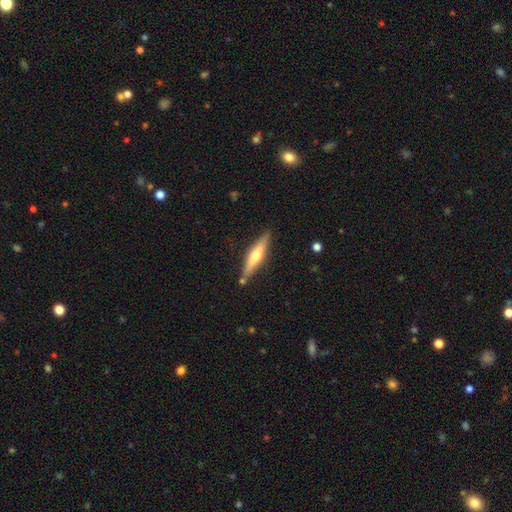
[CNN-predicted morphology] The model was most divided on "smooth or featured": featured or disk: 56%, smooth: 39%, star or artifact: 6%. More confident: edge-on disk — yes (94%); edge-on bulge — rounded (87%); merging — none (84%).